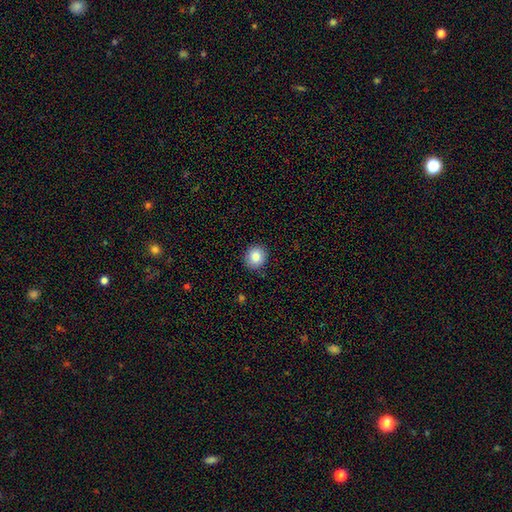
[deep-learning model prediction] Morphology: type=smooth (83%); roundness=round (87%); merging=none (89%).